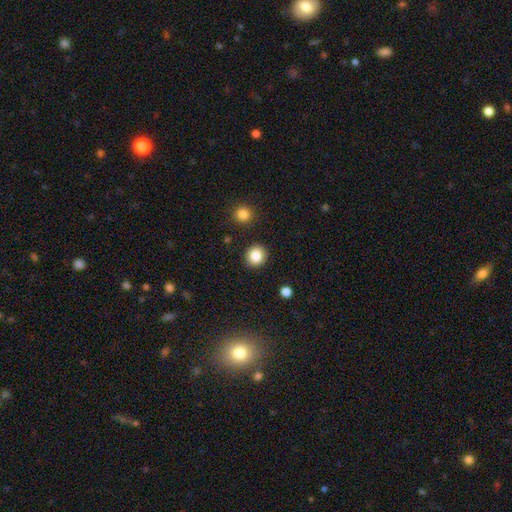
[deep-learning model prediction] Smooth or featured? smooth (85%)
How rounded? round (88%)
Merging? none (90%)